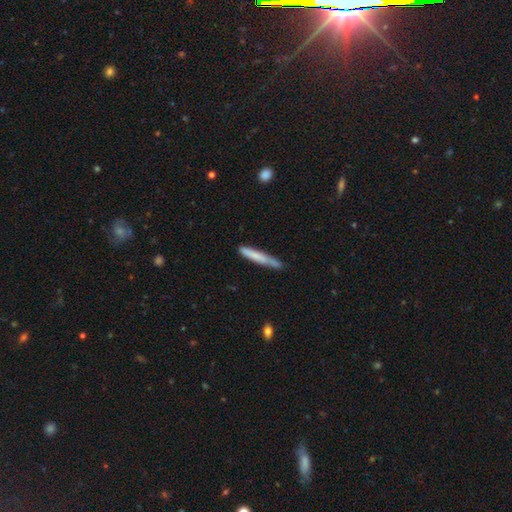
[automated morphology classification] Smooth or featured? Predicted: smooth (p=0.70). How rounded? Predicted: cigar-shaped (p=0.95). Merging? Predicted: none (p=0.69).